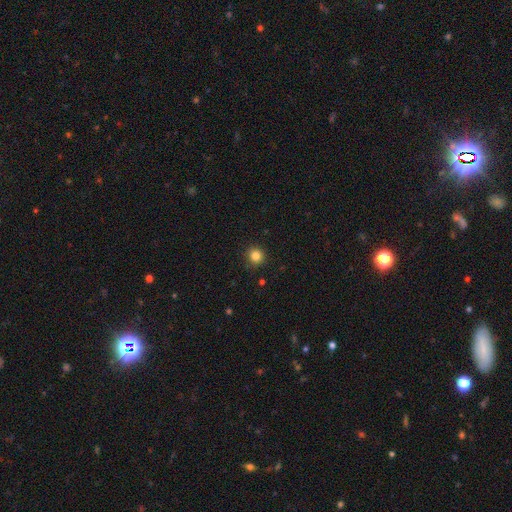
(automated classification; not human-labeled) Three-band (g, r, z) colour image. It shows a smooth galaxy with no disk features (84%) that is round (93%). Merging: none (91%).